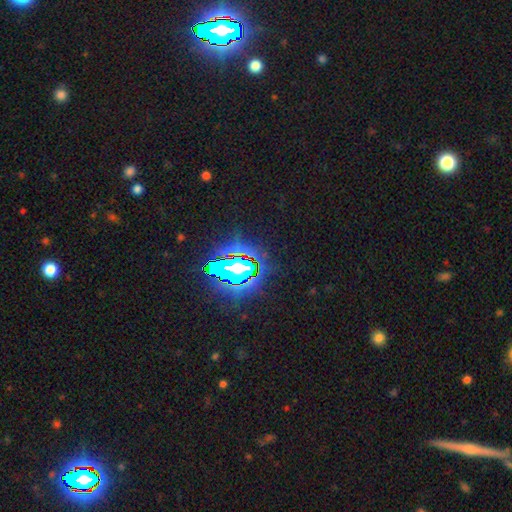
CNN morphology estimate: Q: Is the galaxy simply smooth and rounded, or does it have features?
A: star or artifact — 83%.